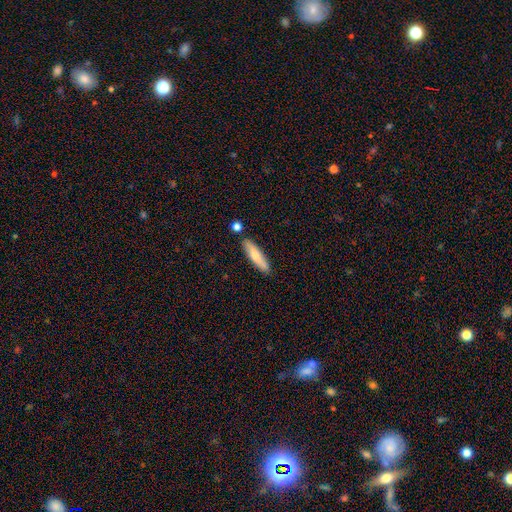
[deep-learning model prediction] This is likely a smooth galaxy (74%). How rounded: likely cigar-shaped (76%). Merging: clearly none (83%).